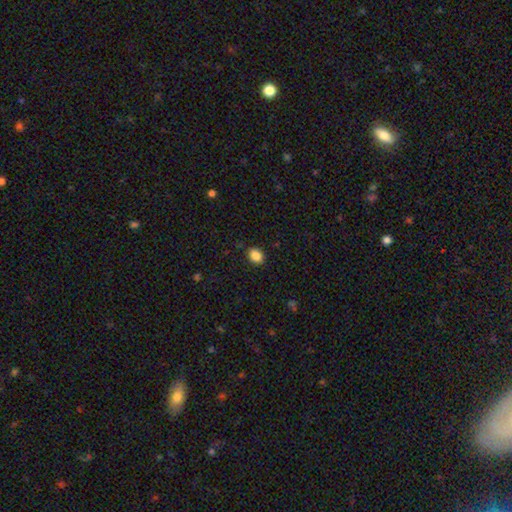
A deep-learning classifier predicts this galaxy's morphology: Q: Smooth or featured?
A: smooth (88%); runner-up: star or artifact (9%)
Q: How rounded?
A: in between (69%); runner-up: round (30%)
Q: Merging?
A: none (87%); runner-up: minor disturbance (9%)